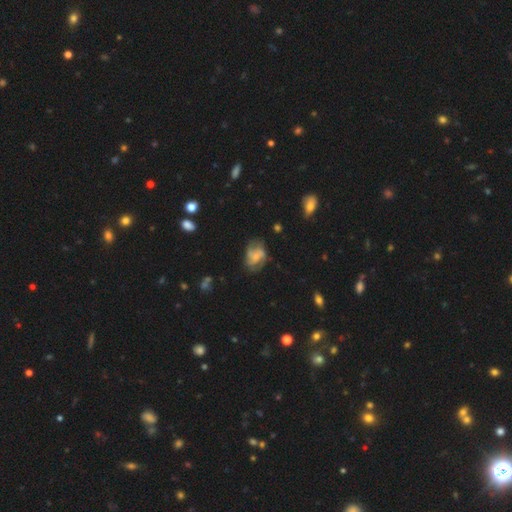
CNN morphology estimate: smooth_or_featured: featured or disk (p=0.54) [alt: smooth p=0.36]
disk_edge_on: no (p=0.97) [alt: yes p=0.03]
bar: no (p=0.62) [alt: weak p=0.31]
has_spiral_arms: yes (p=0.67) [alt: no p=0.33]
bulge_size: small (p=0.46) [alt: moderate p=0.28]
merging: none (p=0.52) [alt: minor disturbance p=0.26]